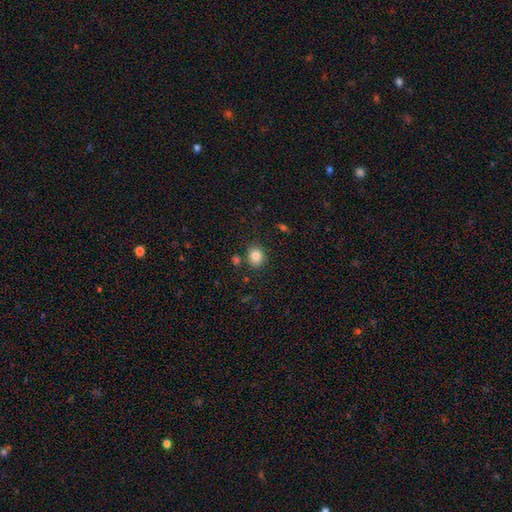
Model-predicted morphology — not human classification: Overall: smooth (82%). How rounded: round (74%). Merging: none (83%).